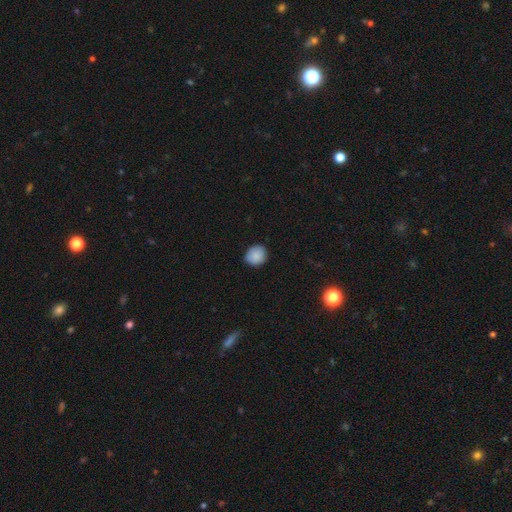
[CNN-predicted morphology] Smooth or featured: smooth — 87% (star or artifact — 8%)
How rounded: round — 81% (in between — 18%)
Merging: none — 85% (minor disturbance — 12%)